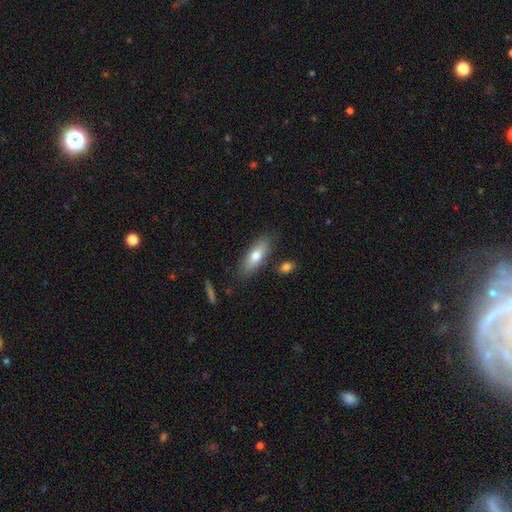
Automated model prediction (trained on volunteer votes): A smooth galaxy with no disk features (74%) that is in between round and cigar-shaped (66%).

Vote fractions:
- Smooth or featured? smooth: 74% / featured or disk: 20% / star or artifact: 6%
- How rounded? in between: 66% / cigar-shaped: 32% / round: 3%
- Merging? none: 80% / minor disturbance: 13% / merger: 4% / major disturbance: 3%